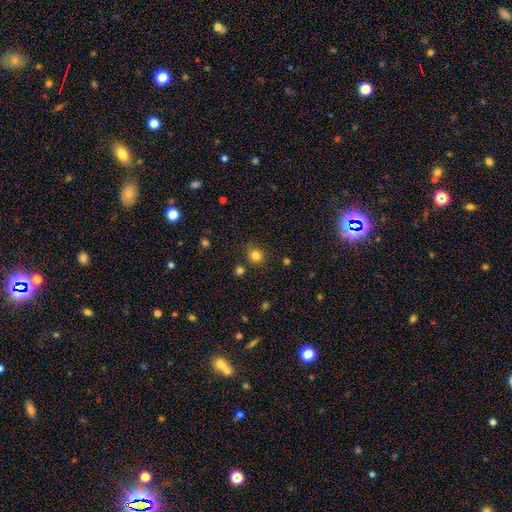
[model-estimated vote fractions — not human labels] Overall: smooth (81%). How rounded: round (82%). Merging: none (80%).